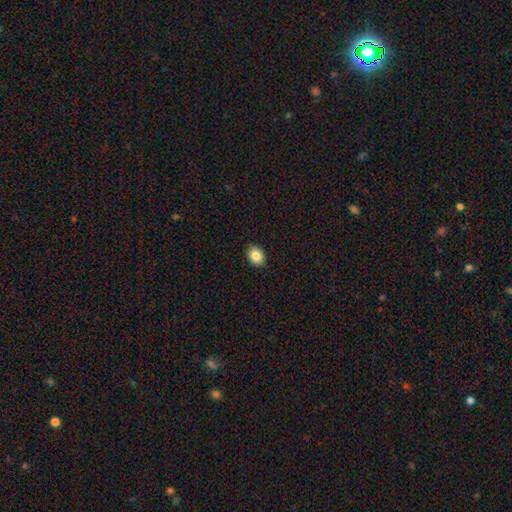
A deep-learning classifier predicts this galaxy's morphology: Smooth or featured: smooth — 85% (star or artifact — 9%)
How rounded: in between — 61% (round — 39%)
Merging: none — 90% (minor disturbance — 8%)